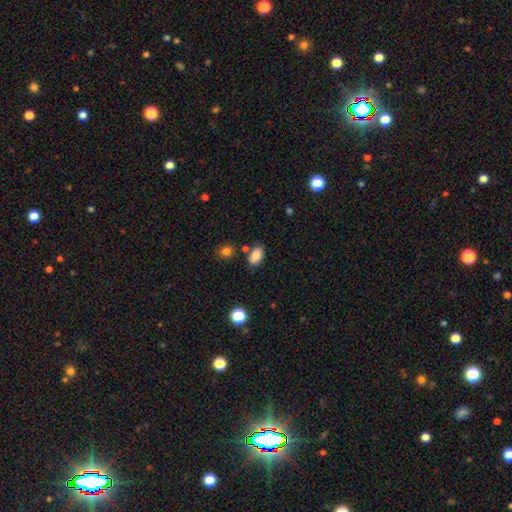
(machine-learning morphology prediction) Smooth or featured: smooth — 86% (star or artifact — 9%)
How rounded: in between — 90% (round — 8%)
Merging: none — 75% (minor disturbance — 14%)